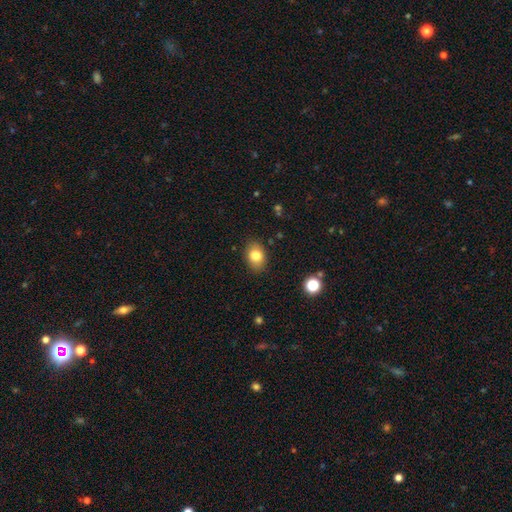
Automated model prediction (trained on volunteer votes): A smooth galaxy with no disk features (82%) that is in between round and cigar-shaped (74%). Merging: none (86%).